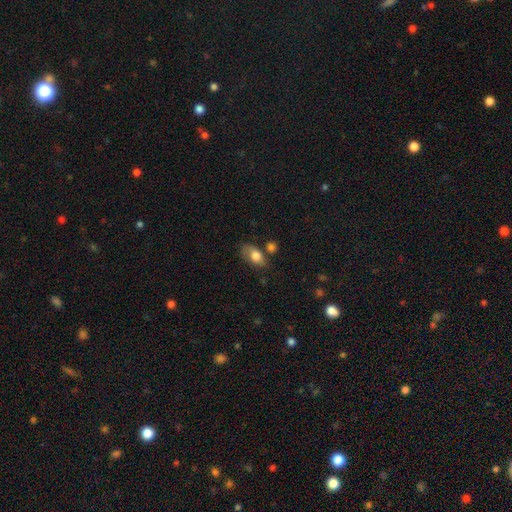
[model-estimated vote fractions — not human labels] Q: Smooth or featured?
A: smooth (76%); runner-up: featured or disk (16%)
Q: How rounded?
A: in between (88%); runner-up: round (9%)
Q: Merging?
A: none (49%); runner-up: minor disturbance (28%)